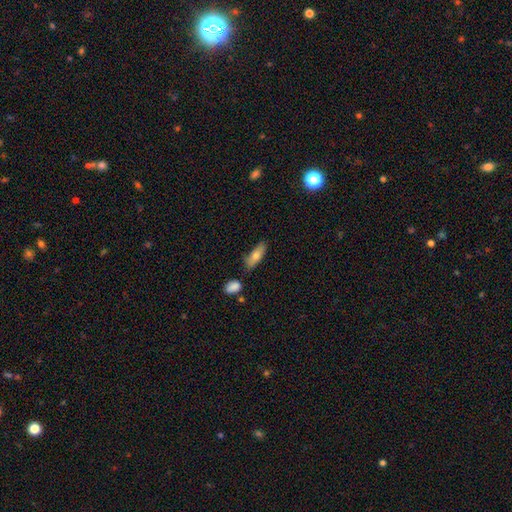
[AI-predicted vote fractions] smooth_or_featured: smooth (p=0.68) [alt: featured or disk p=0.24]
how_rounded: in between (p=0.55) [alt: cigar-shaped p=0.41]
merging: none (p=0.78) [alt: minor disturbance p=0.14]